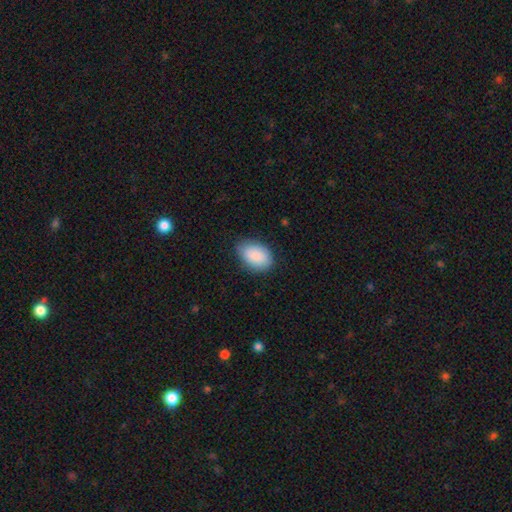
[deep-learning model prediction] Q: Smooth or featured?
A: smooth (88%); runner-up: featured or disk (6%)
Q: How rounded?
A: in between (89%); runner-up: round (10%)
Q: Merging?
A: none (77%); runner-up: minor disturbance (18%)